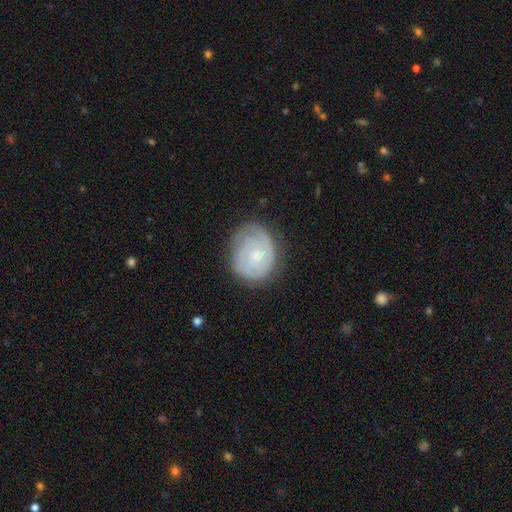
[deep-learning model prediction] A featured or disk galaxy (67%) with no bar (72%), tight (68%) spiral arms (88%) and a small central bulge (61%).

Vote fractions:
- Smooth or featured? featured or disk: 67% / smooth: 27% / star or artifact: 6%
- Edge-on disk? no: 98% / yes: 2%
- Bar? no: 72% / weak: 25% / strong: 3%
- Spiral arms? yes: 88% / no: 12%
- Spiral winding? tight: 68% / medium: 25% / loose: 7%
- Spiral arm count? can't tell: 38% / 2: 32% / 3: 14% / 1: 8% / 4: 4% / more than 4: 3%
- Bulge size? small: 61% / moderate: 28% / none: 8% / large: 2% / dominant: 1%
- Merging? none: 71% / minor disturbance: 21% / major disturbance: 7% / merger: 1%